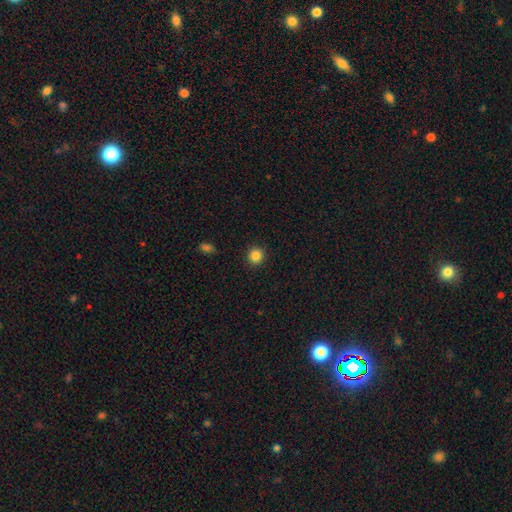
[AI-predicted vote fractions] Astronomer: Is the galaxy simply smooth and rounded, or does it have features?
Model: smooth — 86%.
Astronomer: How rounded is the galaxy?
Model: round — 91%.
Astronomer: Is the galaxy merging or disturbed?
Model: none — 92%.